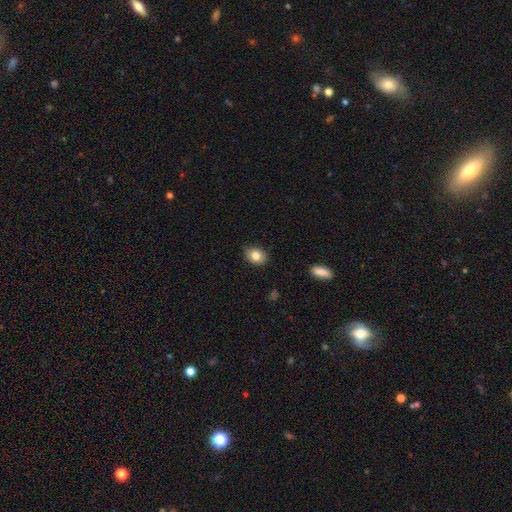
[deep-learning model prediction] The model was most divided on "how rounded": in between: 60%, round: 39%, cigar-shaped: 1%. More confident: merging — none (86%); smooth or featured — smooth (81%).